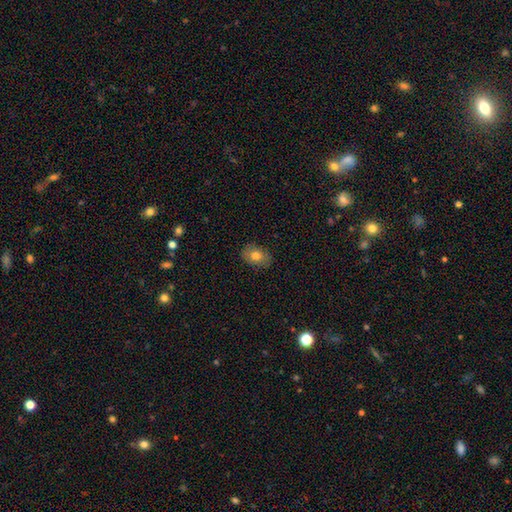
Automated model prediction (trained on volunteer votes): The model was most divided on "how rounded": in between: 79%, round: 20%, cigar-shaped: 1%. More confident: merging — none (85%); smooth or featured — smooth (79%).